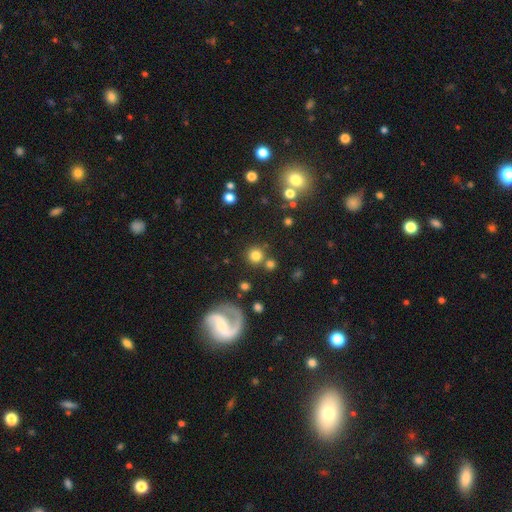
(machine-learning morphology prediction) smooth-or-featured: smooth: 75% | star or artifact: 13% | featured or disk: 12%
  how-rounded: round: 93% | in between: 6% | cigar-shaped: 1%
  merging: none: 77% | merger: 10% | minor disturbance: 8% | major disturbance: 5%